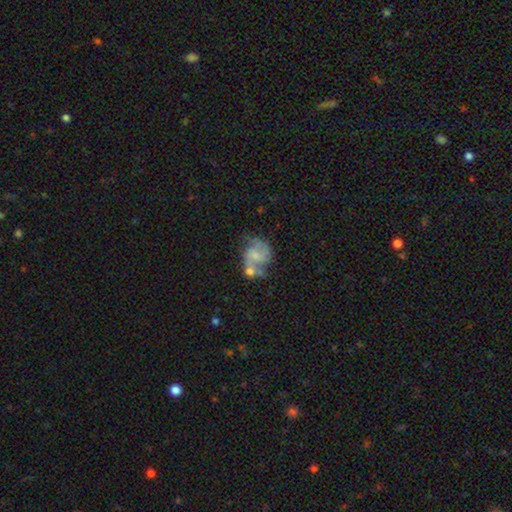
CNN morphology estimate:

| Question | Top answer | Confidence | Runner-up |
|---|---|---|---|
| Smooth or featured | featured or disk | 66% | smooth (26%) |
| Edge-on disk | no | 98% | yes (2%) |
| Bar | no | 49% | weak (42%) |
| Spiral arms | yes | 85% | no (15%) |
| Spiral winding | medium | 48% | loose (36%) |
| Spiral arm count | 2 | 79% | can't tell (9%) |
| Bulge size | small | 48% | moderate (27%) |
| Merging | none | 35% | merger (29%) |